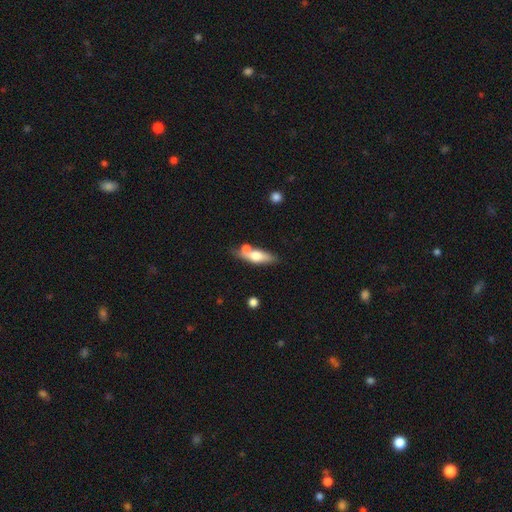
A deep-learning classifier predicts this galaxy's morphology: Q: Smooth or featured?
A: smooth (58%); runner-up: featured or disk (36%)
Q: How rounded?
A: in between (49%); runner-up: cigar-shaped (48%)
Q: Merging?
A: none (58%); runner-up: merger (22%)